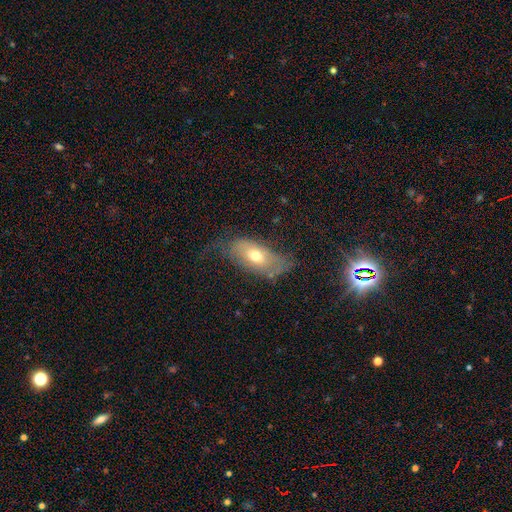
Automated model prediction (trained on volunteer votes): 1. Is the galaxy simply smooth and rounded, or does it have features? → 60% smooth, 32% featured or disk, 8% star or artifact.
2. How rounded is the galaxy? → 87% in between, 7% cigar-shaped, 5% round.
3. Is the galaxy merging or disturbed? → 50% none, 28% minor disturbance, 19% major disturbance, 3% merger.